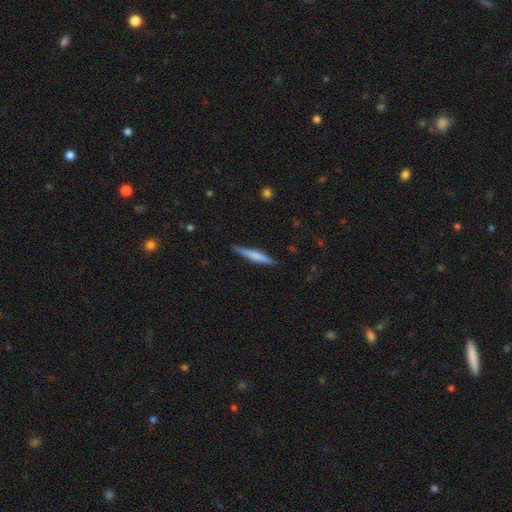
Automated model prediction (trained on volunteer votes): The model was most divided on "smooth or featured": smooth: 62%, featured or disk: 33%, star or artifact: 5%. More confident: how rounded — cigar-shaped (94%); merging — none (86%).